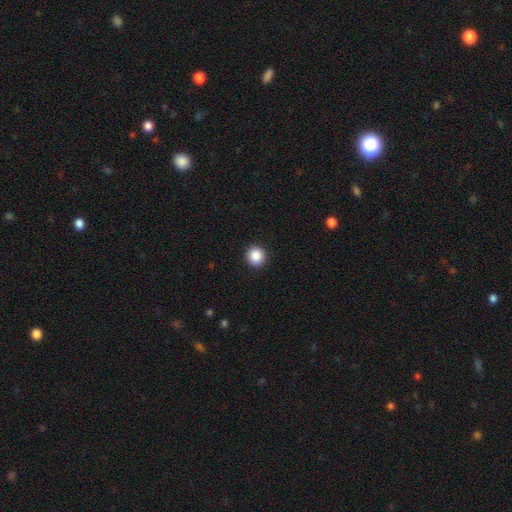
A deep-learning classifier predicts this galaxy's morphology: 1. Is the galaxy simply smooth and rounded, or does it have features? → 87% smooth, 9% star or artifact, 3% featured or disk.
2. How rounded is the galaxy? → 91% round, 8% in between, 1% cigar-shaped.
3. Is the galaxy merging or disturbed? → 93% none, 5% minor disturbance, 2% major disturbance, 1% merger.